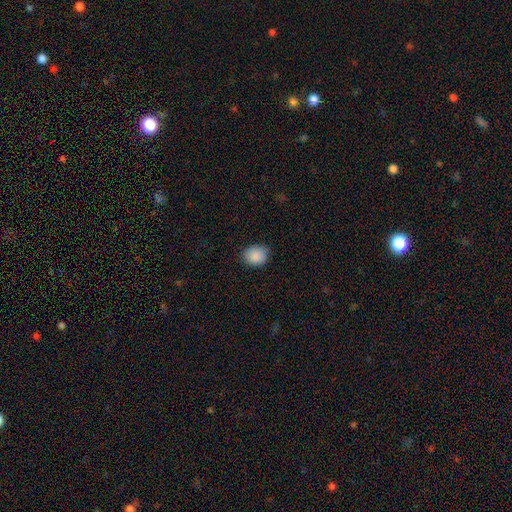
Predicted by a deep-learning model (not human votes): Smooth or featured: smooth — 89% (star or artifact — 8%)
How rounded: round — 57% (in between — 42%)
Merging: none — 79% (minor disturbance — 17%)